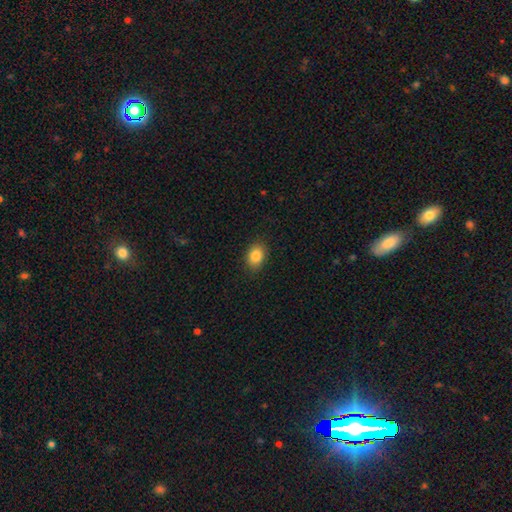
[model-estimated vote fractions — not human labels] A smooth galaxy with no disk features (86%) that is in between round and cigar-shaped (72%).

Vote fractions:
- Smooth or featured? smooth: 86% / star or artifact: 9% / featured or disk: 5%
- How rounded? in between: 72% / round: 27% / cigar-shaped: 1%
- Merging? none: 87% / minor disturbance: 9% / major disturbance: 2% / merger: 1%